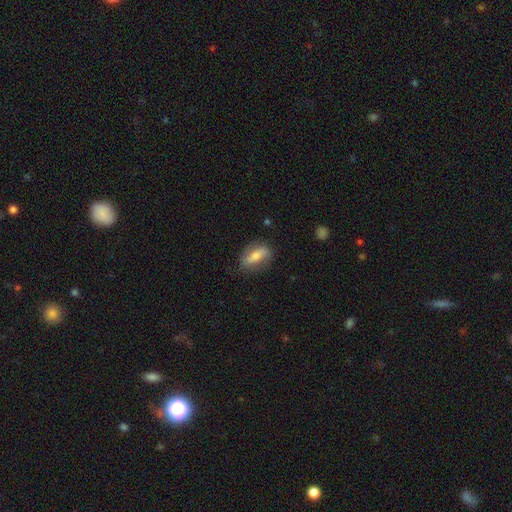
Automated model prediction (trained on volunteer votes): Q: Smooth or featured?
A: smooth (55%); runner-up: featured or disk (38%)
Q: How rounded?
A: in between (78%); runner-up: cigar-shaped (14%)
Q: Merging?
A: none (76%); runner-up: minor disturbance (17%)